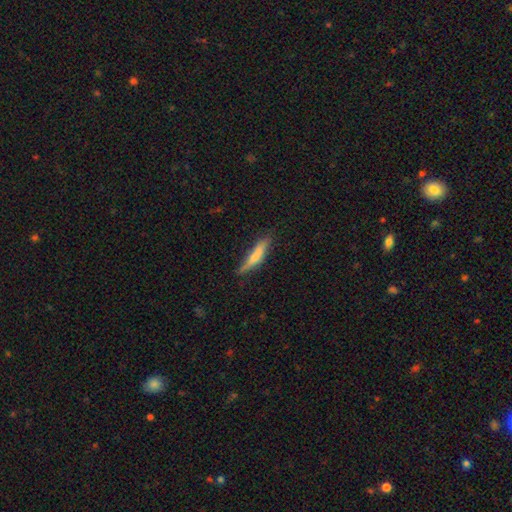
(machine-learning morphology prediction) smooth 61%, featured or disk 32%, star or artifact 7%. Down the decision tree: how rounded — cigar-shaped (84%); merging — none (68%).